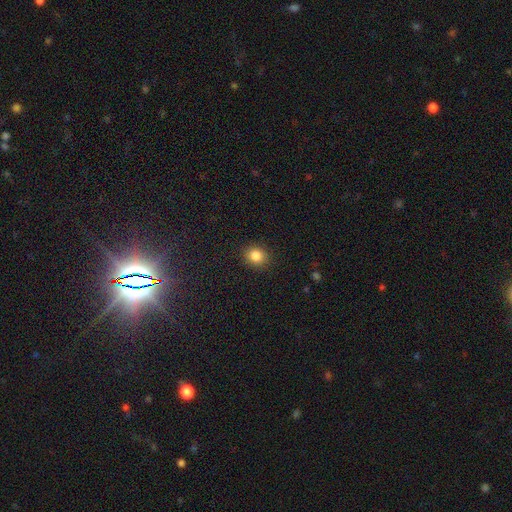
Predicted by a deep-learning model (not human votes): A smooth galaxy with no disk features (84%) that is round (69%). Merging: none (89%).